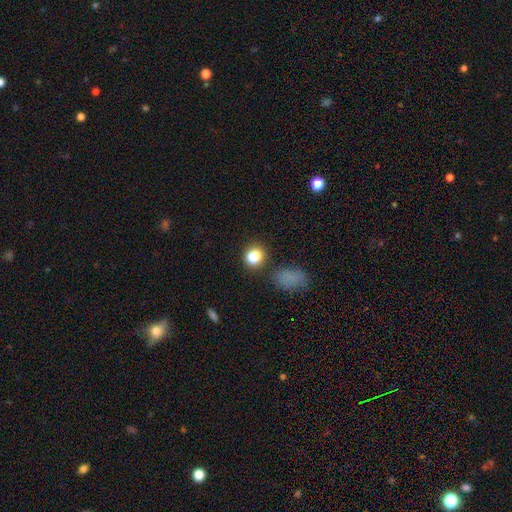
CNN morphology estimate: This is clearly a smooth galaxy (81%). How rounded: likely round (61%). Merging: likely none (78%).